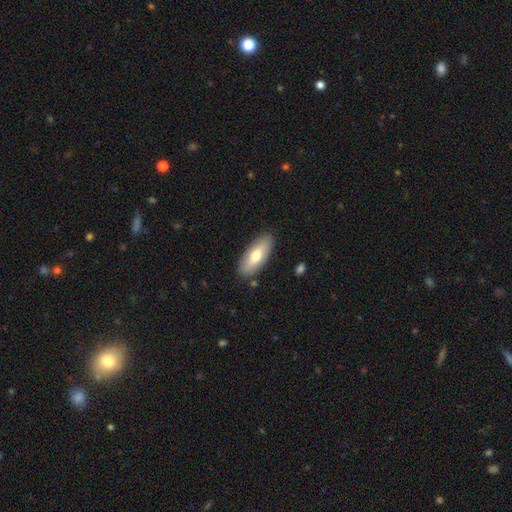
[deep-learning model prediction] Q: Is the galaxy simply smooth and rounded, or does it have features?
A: smooth — 69%.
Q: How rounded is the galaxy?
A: in between — 79%.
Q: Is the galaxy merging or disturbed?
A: none — 86%.